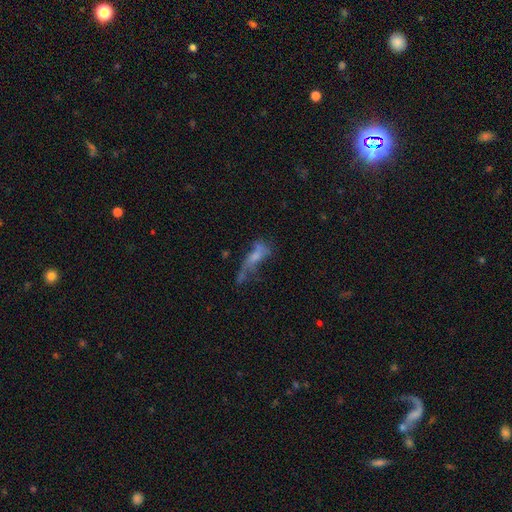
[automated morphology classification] Smooth or featured: featured or disk — 43% (smooth — 42%)
Merging: major disturbance — 36% (none — 29%)